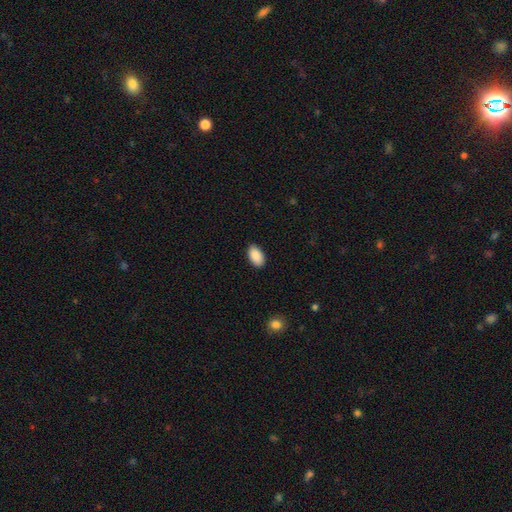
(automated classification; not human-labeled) Smooth or featured? smooth (90%)
How rounded? in between (95%)
Merging? none (88%)